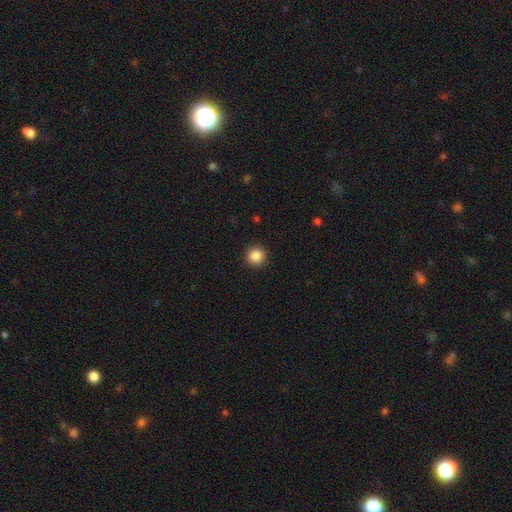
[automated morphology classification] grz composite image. It shows a smooth galaxy with no disk features (87%) that is round (95%). Merging: none (93%).